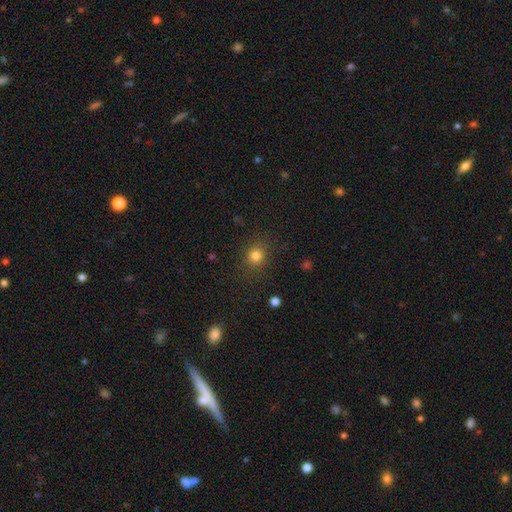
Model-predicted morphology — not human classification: A smooth galaxy with no disk features (81%) that is round (83%). Merging: none (85%).